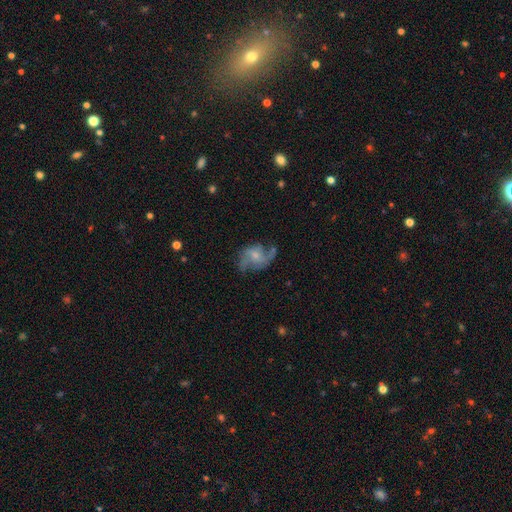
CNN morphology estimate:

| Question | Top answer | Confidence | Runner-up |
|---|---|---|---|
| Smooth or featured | featured or disk | 70% | smooth (23%) |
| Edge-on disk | no | 97% | yes (3%) |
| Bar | no | 65% | weak (30%) |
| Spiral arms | yes | 86% | no (14%) |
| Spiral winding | loose | 49% | medium (39%) |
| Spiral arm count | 2 | 62% | can't tell (13%) |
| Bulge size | small | 59% | moderate (29%) |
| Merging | none | 49% | minor disturbance (24%) |